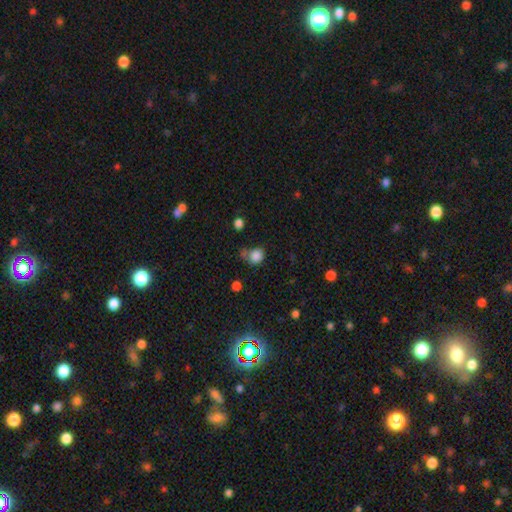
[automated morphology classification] Smooth or featured: smooth — 84% (star or artifact — 11%)
How rounded: round — 74% (in between — 25%)
Merging: none — 51% (minor disturbance — 22%)